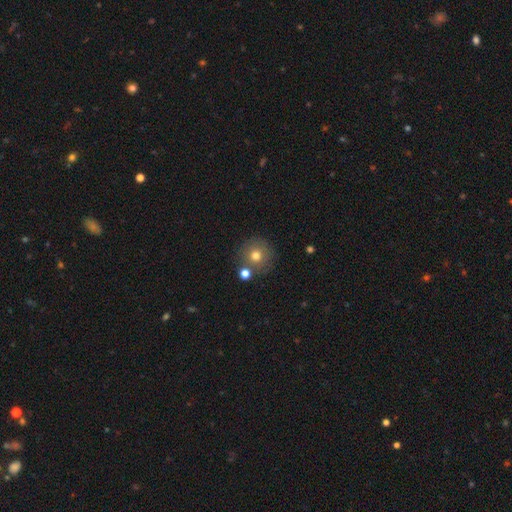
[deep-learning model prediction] Smooth or featured?
  - smooth: 73% *
  - featured or disk: 14%
  - star or artifact: 13%
How rounded?
  - round: 94% *
  - in between: 5%
  - cigar-shaped: 1%
Merging?
  - none: 75% *
  - merger: 12%
  - minor disturbance: 9%
  - major disturbance: 3%